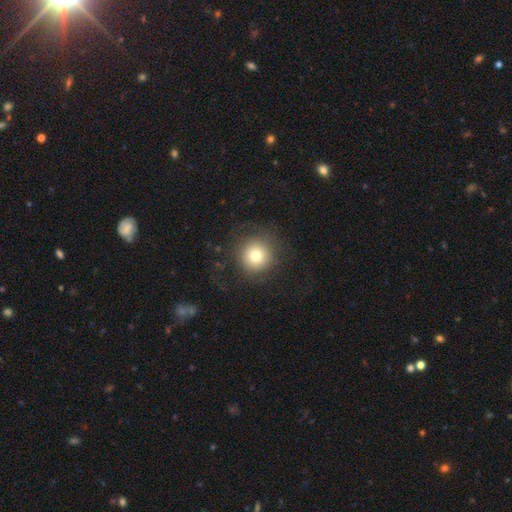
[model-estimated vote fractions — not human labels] Overall: smooth (74%). How rounded: round (95%). Merging: none (80%).